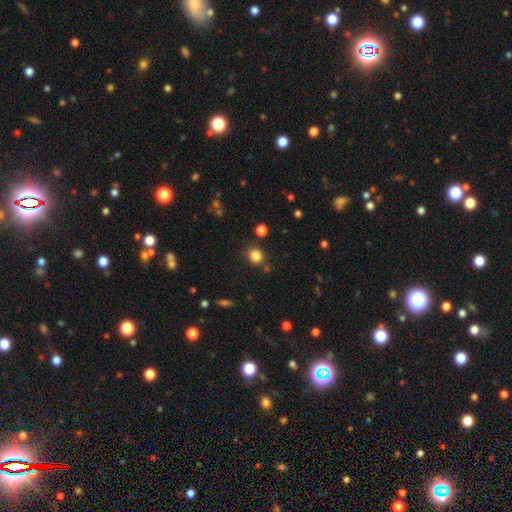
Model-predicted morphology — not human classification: This appears to be a smooth galaxy with no disk features (83%) that is round (81%). Merging: none (81%).